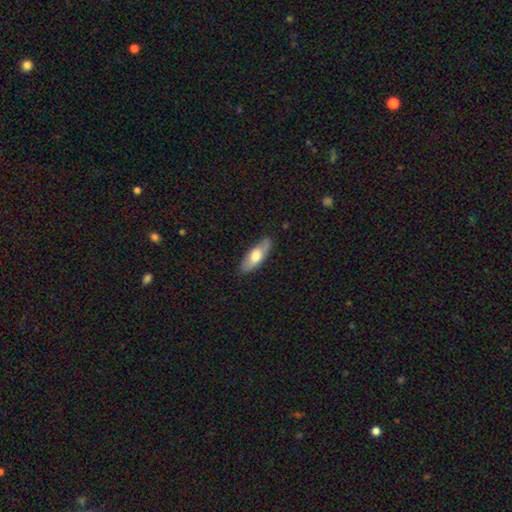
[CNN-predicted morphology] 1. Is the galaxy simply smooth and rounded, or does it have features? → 61% smooth, 34% featured or disk, 5% star or artifact.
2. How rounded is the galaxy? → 69% in between, 29% cigar-shaped, 2% round.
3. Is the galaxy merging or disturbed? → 82% none, 14% minor disturbance, 3% major disturbance, 1% merger.